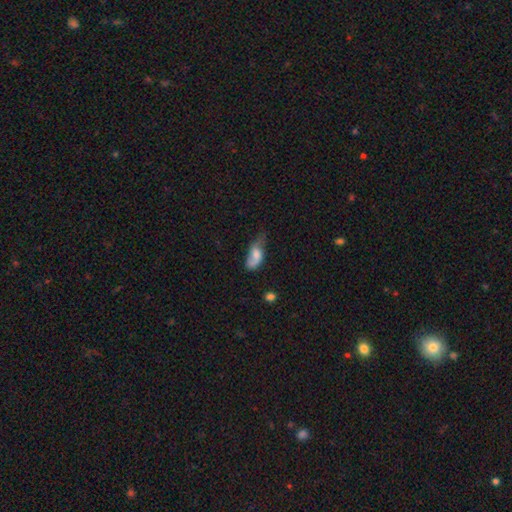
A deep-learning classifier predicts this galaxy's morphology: A smooth galaxy with no disk features (62%) that is in between round and cigar-shaped (86%). Merging: minor disturbance (37%).